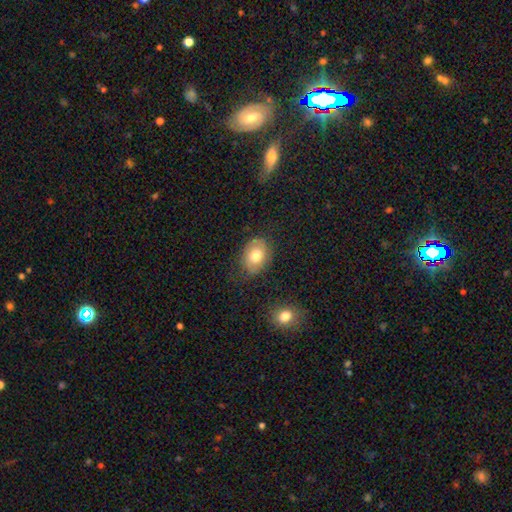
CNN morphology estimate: The model was most divided on "how rounded": in between: 71%, round: 28%, cigar-shaped: 1%. More confident: merging — none (74%); smooth or featured — smooth (70%).